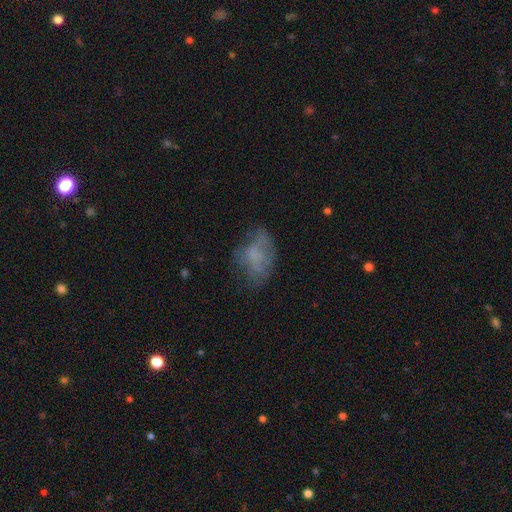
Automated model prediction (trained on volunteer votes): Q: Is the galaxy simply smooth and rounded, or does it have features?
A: smooth — 51%.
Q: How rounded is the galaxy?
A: in between — 83%.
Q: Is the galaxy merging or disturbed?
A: none — 44%.